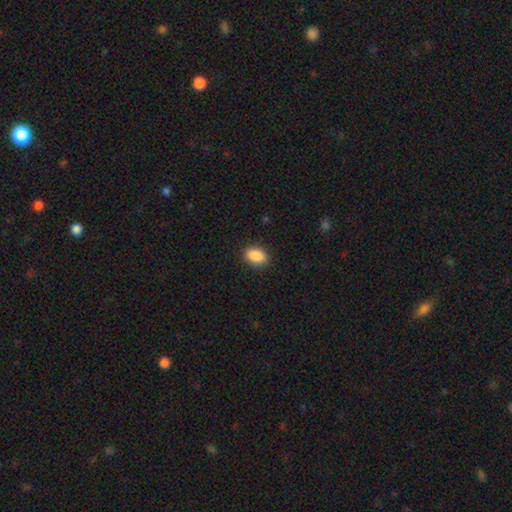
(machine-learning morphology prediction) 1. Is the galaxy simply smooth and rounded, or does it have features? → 89% smooth, 7% star or artifact, 3% featured or disk.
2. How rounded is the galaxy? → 87% in between, 11% round, 2% cigar-shaped.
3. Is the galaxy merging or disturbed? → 88% none, 8% minor disturbance, 2% major disturbance, 1% merger.